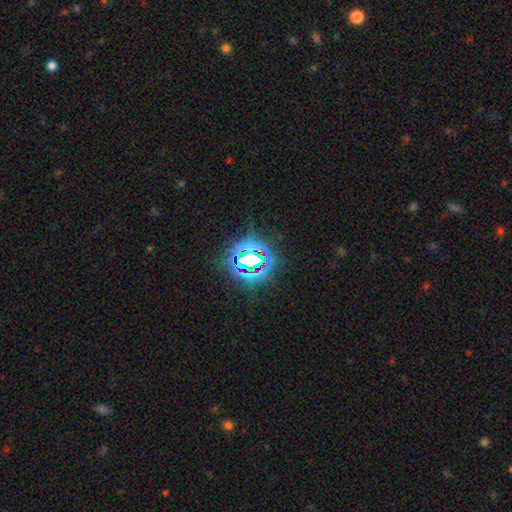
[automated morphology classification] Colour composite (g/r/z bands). It shows a star or artifact, not a galaxy (74%).